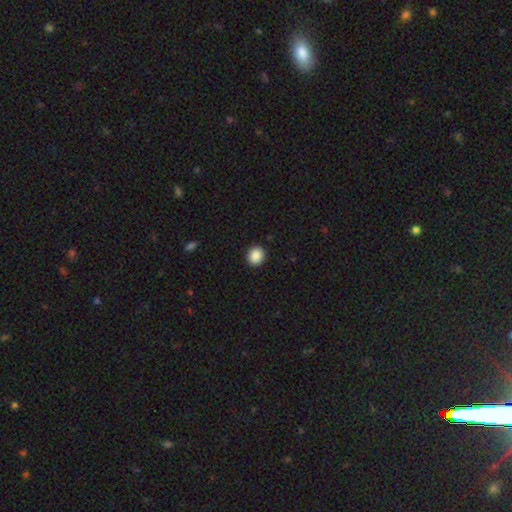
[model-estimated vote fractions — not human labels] smooth-or-featured: smooth: 89% | star or artifact: 8% | featured or disk: 3%
  how-rounded: round: 82% | in between: 17% | cigar-shaped: 1%
  merging: none: 92% | minor disturbance: 5% | major disturbance: 2% | merger: 1%